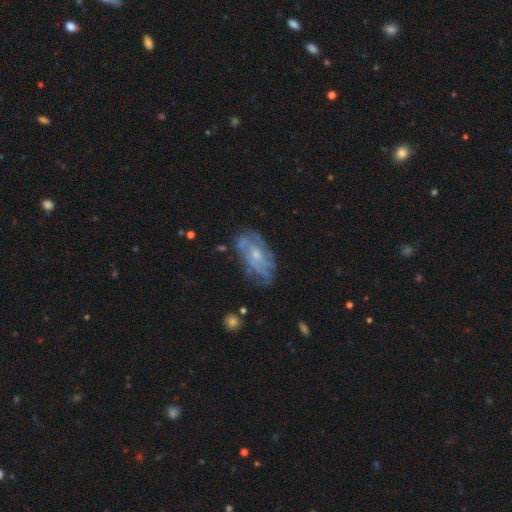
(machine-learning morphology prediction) smooth_or_featured: featured or disk (p=0.73) [alt: smooth p=0.20]
disk_edge_on: no (p=0.93) [alt: yes p=0.07]
bar: no (p=0.69) [alt: weak p=0.26]
has_spiral_arms: yes (p=0.70) [alt: no p=0.30]
bulge_size: small (p=0.52) [alt: moderate p=0.40]
merging: none (p=0.61) [alt: minor disturbance p=0.24]